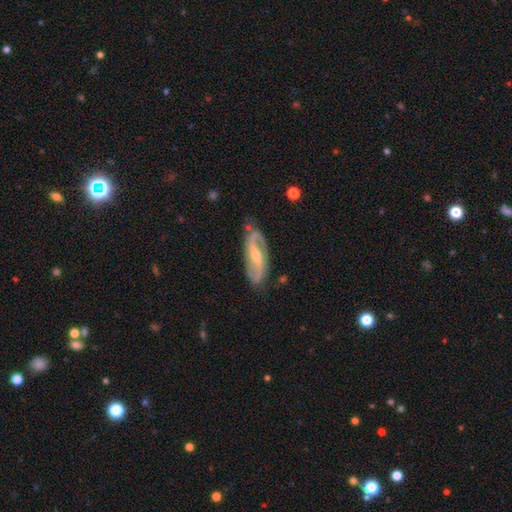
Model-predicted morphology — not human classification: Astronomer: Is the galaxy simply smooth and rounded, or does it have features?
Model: featured or disk — 88%.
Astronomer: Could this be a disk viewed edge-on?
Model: no — 92%.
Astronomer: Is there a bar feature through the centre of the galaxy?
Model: weak — 39% (runner-up: strong, 38%).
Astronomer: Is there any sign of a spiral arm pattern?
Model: yes — 96%.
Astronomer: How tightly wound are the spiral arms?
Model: medium — 46% (runner-up: loose, 36%).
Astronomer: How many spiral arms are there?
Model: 2 — 92%.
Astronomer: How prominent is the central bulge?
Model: small — 51% (runner-up: moderate, 44%).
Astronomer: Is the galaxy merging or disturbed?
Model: none — 79%.